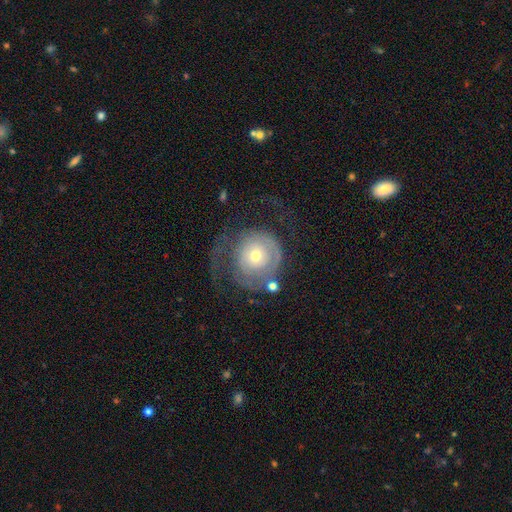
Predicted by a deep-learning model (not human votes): This is likely a featured or disk galaxy (67%). It is clearly not viewed edge-on (97%). Bar: clearly no (84%). Spiral arm pattern: likely yes (74%). Central bulge: possibly small (58%). Merging: marginally none (43%).